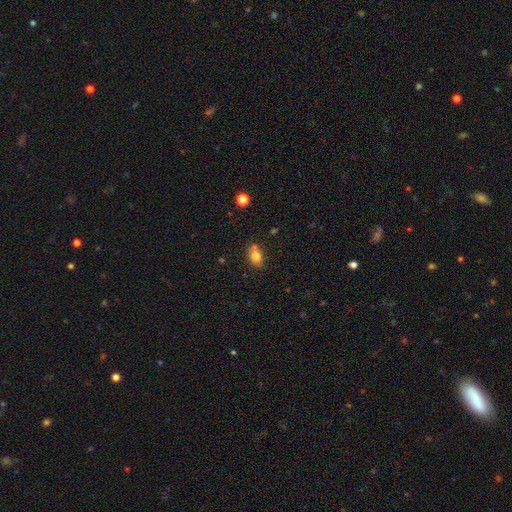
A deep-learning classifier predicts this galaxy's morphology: type=smooth (79%); roundness=in between (80%); merging=none (64%).